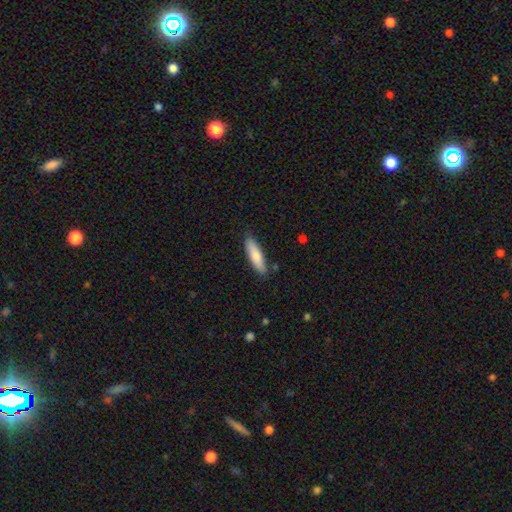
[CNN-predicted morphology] Smooth or featured?
  - smooth: 79% *
  - featured or disk: 16%
  - star or artifact: 5%
How rounded?
  - cigar-shaped: 66% *
  - in between: 32%
  - round: 2%
Merging?
  - none: 85% *
  - minor disturbance: 11%
  - major disturbance: 2%
  - merger: 2%